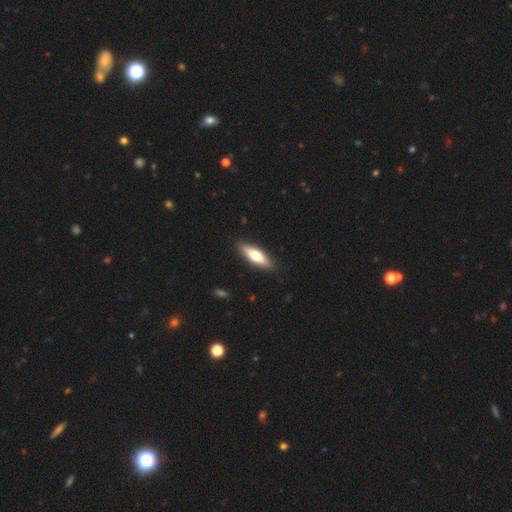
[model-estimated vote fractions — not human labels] smooth-or-featured: smooth: 66% | featured or disk: 29% | star or artifact: 5%
  how-rounded: in between: 55% | cigar-shaped: 43% | round: 2%
  merging: none: 89% | minor disturbance: 8% | major disturbance: 2% | merger: 1%